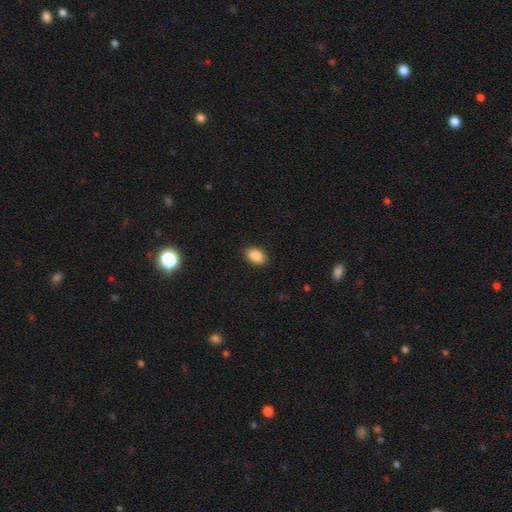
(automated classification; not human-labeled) Smooth or featured? Predicted: smooth (p=0.88). How rounded? Predicted: in between (p=0.87). Merging? Predicted: none (p=0.90).